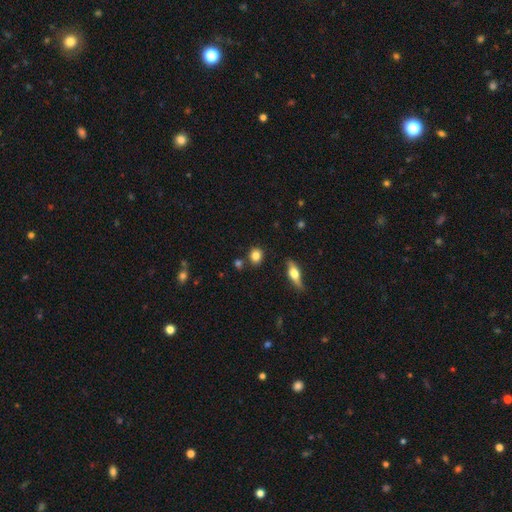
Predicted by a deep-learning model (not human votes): This is clearly a smooth galaxy (82%). How rounded: likely round (77%). Merging: clearly none (83%).